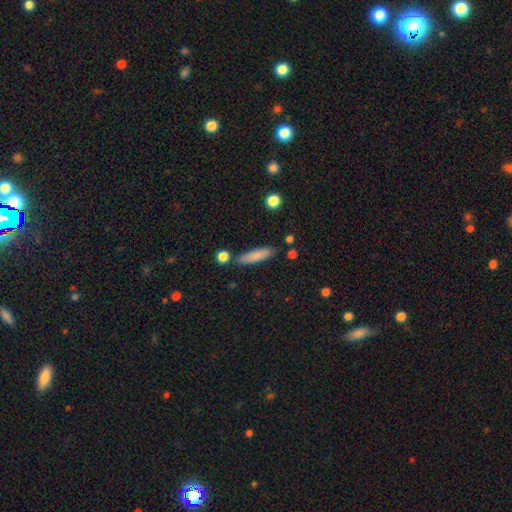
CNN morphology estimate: type=smooth (82%); roundness=cigar-shaped (69%); merging=none (82%).